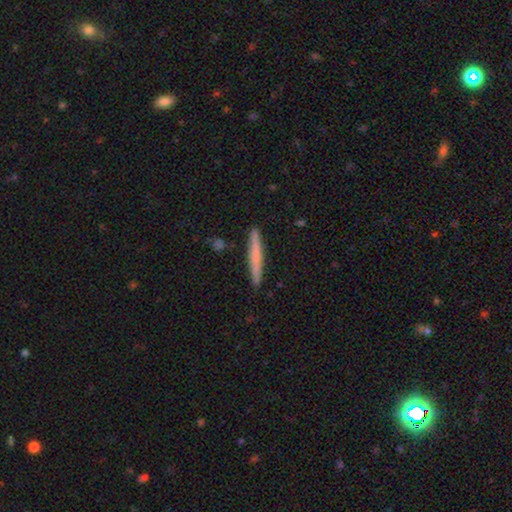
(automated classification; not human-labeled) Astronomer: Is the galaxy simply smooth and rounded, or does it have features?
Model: smooth — 61%.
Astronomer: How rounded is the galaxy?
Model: cigar-shaped — 96%.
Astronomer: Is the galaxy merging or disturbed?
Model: none — 91%.